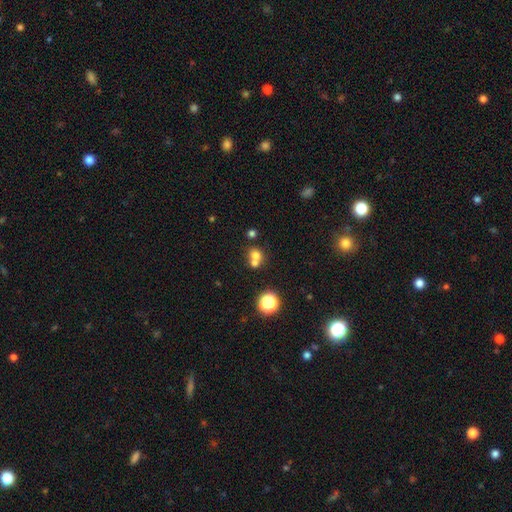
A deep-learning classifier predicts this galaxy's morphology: Overall: smooth (69%). How rounded: round (77%). Merging: merger (51%; none 40%).